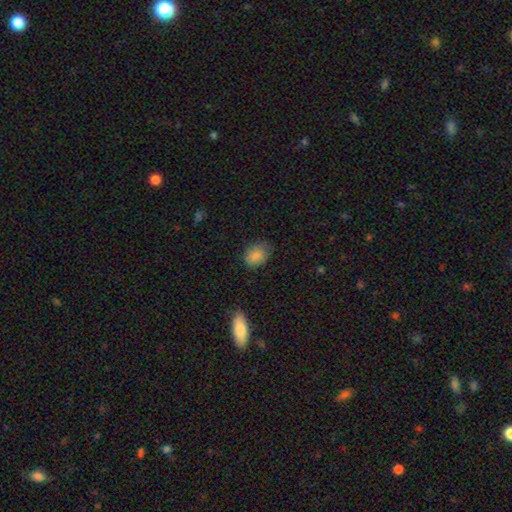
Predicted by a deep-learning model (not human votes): A smooth galaxy with no disk features (85%) that is in between round and cigar-shaped (60%).

Vote fractions:
- Smooth or featured? smooth: 85% / star or artifact: 9% / featured or disk: 6%
- How rounded? in between: 60% / round: 38% / cigar-shaped: 1%
- Merging? none: 70% / minor disturbance: 23% / major disturbance: 5% / merger: 1%